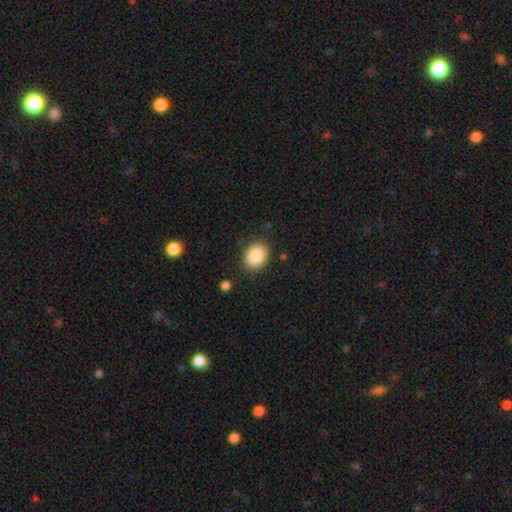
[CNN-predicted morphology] The model was most divided on "how rounded": in between: 50%, round: 49%, cigar-shaped: 1%. More confident: smooth or featured — smooth (86%); merging — none (85%).